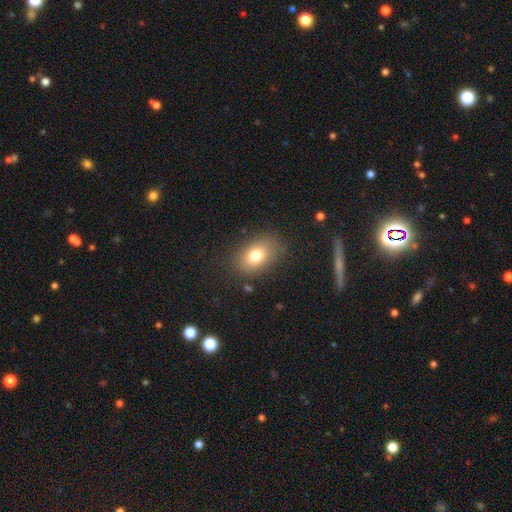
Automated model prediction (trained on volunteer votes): Smooth or featured? smooth (76%)
How rounded? in between (79%)
Merging? none (83%)